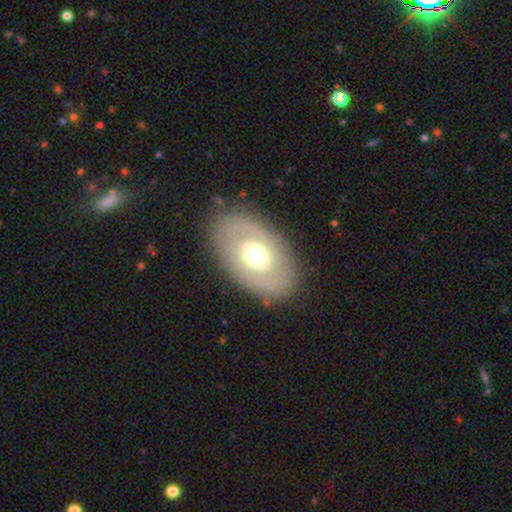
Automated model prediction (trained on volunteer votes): Smooth or featured? Predicted: featured or disk (p=0.54). Edge-on disk? Predicted: no (p=0.90). Merging? Predicted: none (p=0.83).